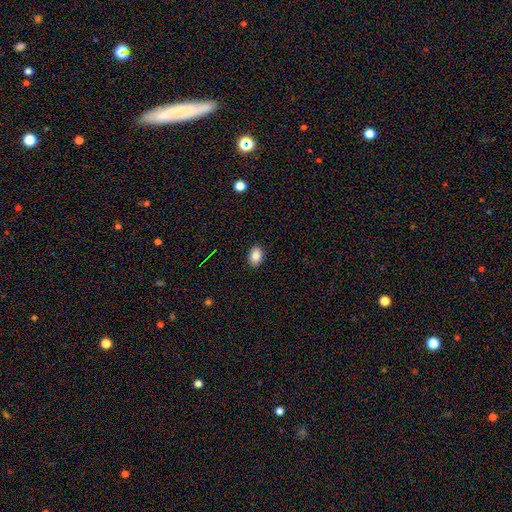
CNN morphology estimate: A smooth galaxy with no disk features (85%) that is in between round and cigar-shaped (78%).

Vote fractions:
- Smooth or featured? smooth: 85% / star or artifact: 9% / featured or disk: 6%
- How rounded? in between: 78% / round: 21% / cigar-shaped: 1%
- Merging? none: 89% / minor disturbance: 8% / major disturbance: 2% / merger: 1%